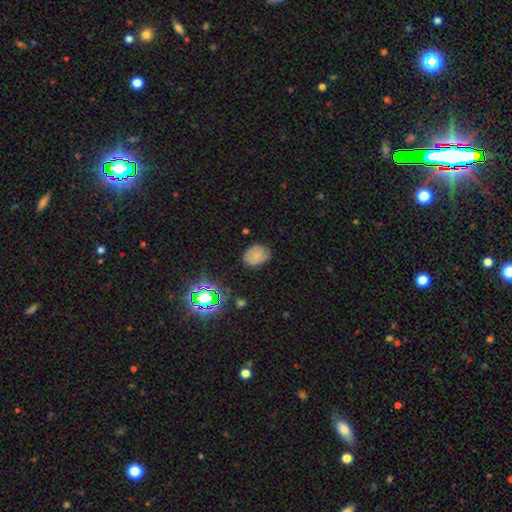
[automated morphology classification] smooth-or-featured: smooth: 69% | star or artifact: 16% | featured or disk: 15%
  how-rounded: in between: 56% | round: 43% | cigar-shaped: 1%
  merging: none: 71% | minor disturbance: 23% | major disturbance: 5% | merger: 2%